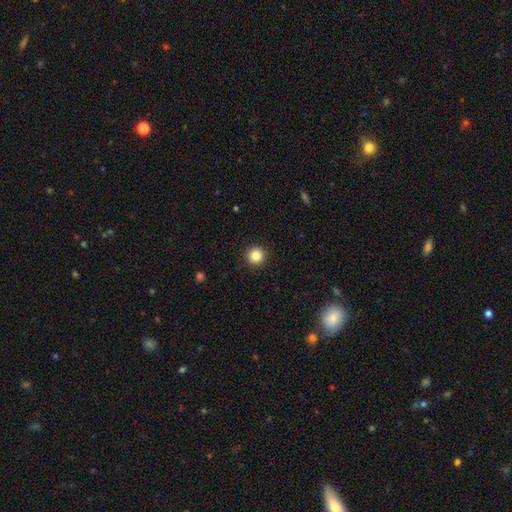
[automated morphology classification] Smooth or featured? smooth (85%)
How rounded? round (95%)
Merging? none (93%)